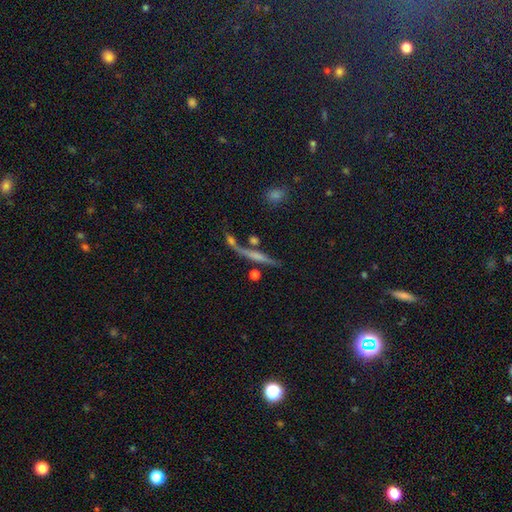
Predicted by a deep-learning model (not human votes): A featured or disk galaxy (52%) viewed edge-on (90%). Merging: none (62%).